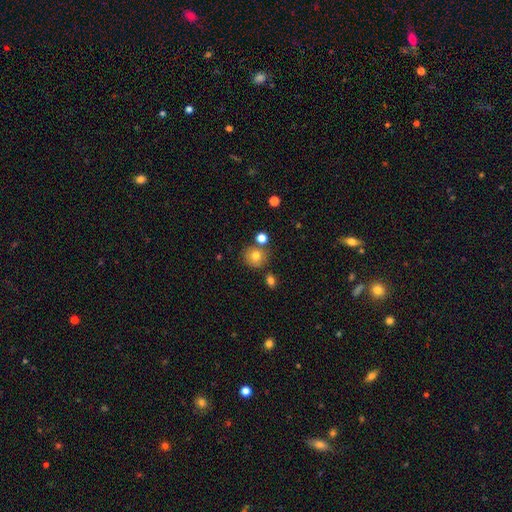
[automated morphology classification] type=smooth (76%); roundness=round (88%); merging=none (73%).